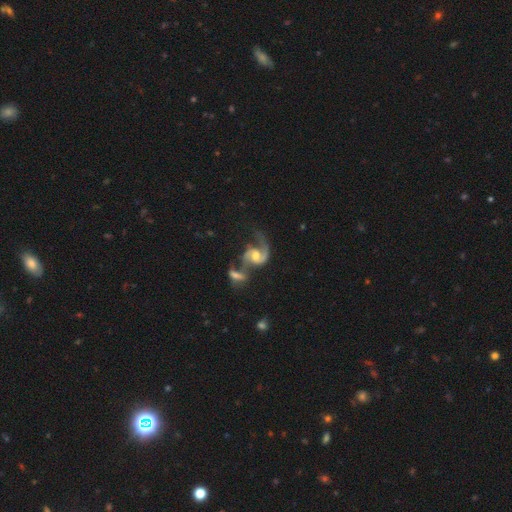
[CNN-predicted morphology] A featured or disk galaxy (38%).

Vote fractions:
- Smooth or featured? featured or disk: 38% / smooth: 32% / star or artifact: 30%
- Merging? merger: 42% / none: 35% / minor disturbance: 12% / major disturbance: 11%